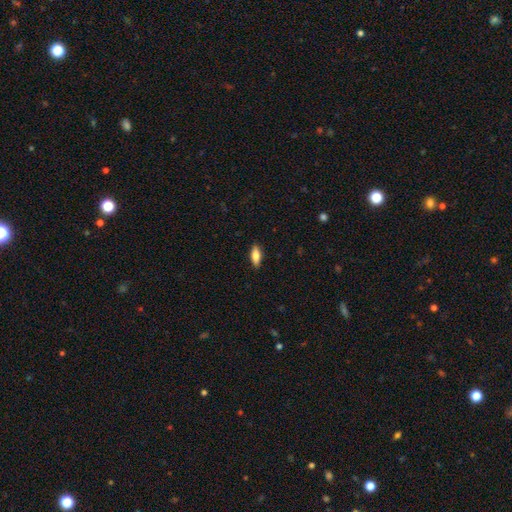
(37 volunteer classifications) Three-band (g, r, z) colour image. It shows a smooth galaxy with no disk features (86%) that is in between round and cigar-shaped (69%). Merging: none (89%).